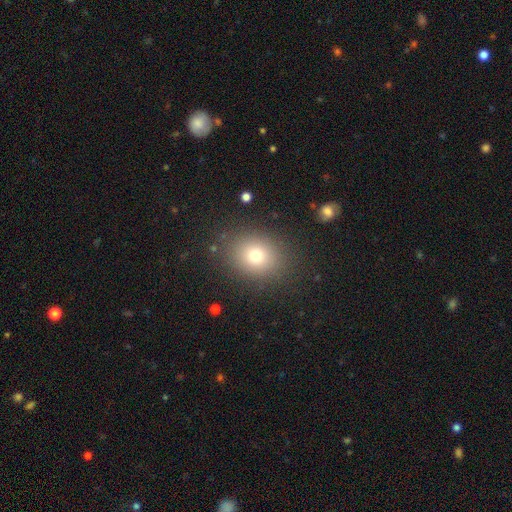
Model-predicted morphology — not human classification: A smooth galaxy with no disk features (74%) that is round (58%).

Vote fractions:
- Smooth or featured? smooth: 74% / star or artifact: 15% / featured or disk: 12%
- How rounded? round: 58% / in between: 41% / cigar-shaped: 1%
- Merging? none: 86% / minor disturbance: 9% / major disturbance: 4% / merger: 2%